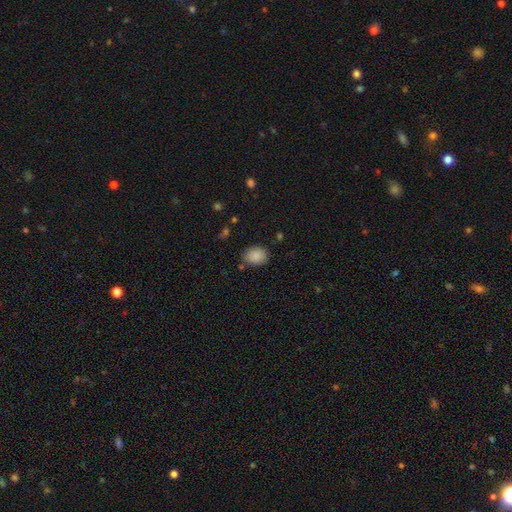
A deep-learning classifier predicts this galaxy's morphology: Smooth or featured? Predicted: smooth (p=0.88). How rounded? Predicted: in between (p=0.61). Merging? Predicted: none (p=0.81).